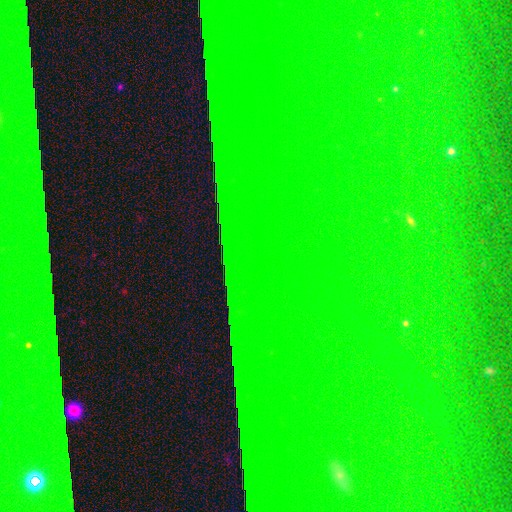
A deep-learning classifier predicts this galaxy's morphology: This is clearly a star or artifact rather than a galaxy (87%).